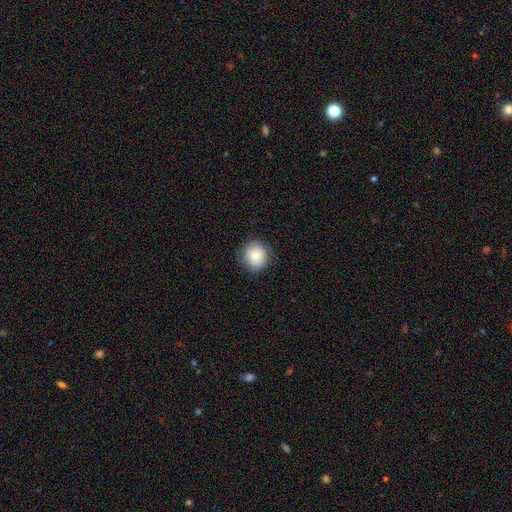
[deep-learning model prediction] smooth 74%, featured or disk 18%, star or artifact 9%. Down the decision tree: how rounded — round (89%); merging — none (83%).